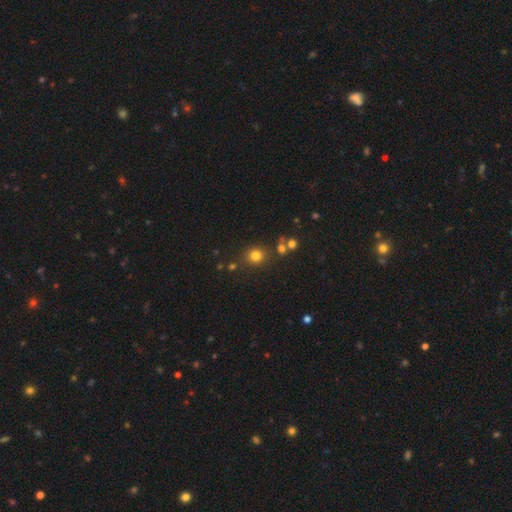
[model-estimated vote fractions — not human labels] Smooth or featured?
  - smooth: 77% *
  - star or artifact: 16%
  - featured or disk: 6%
How rounded?
  - round: 85% *
  - in between: 14%
  - cigar-shaped: 1%
Merging?
  - none: 80% *
  - minor disturbance: 9%
  - merger: 8%
  - major disturbance: 3%